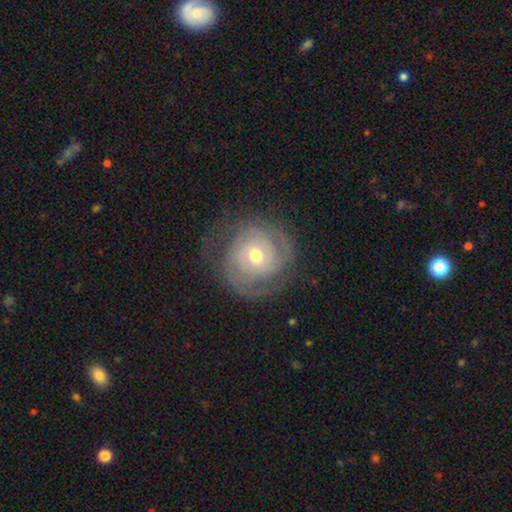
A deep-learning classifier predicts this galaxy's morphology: A featured or disk galaxy (82%) with no bar (72%), 2 (47%) tight (69%) spiral arms (94%) and a moderate central bulge (58%). Merging: none (73%).